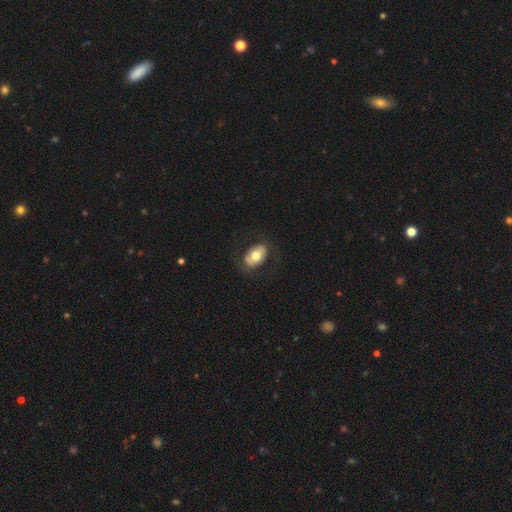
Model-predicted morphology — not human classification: Smooth or featured? Predicted: smooth (p=0.65). How rounded? Predicted: in between (p=0.84). Merging? Predicted: none (p=0.79).